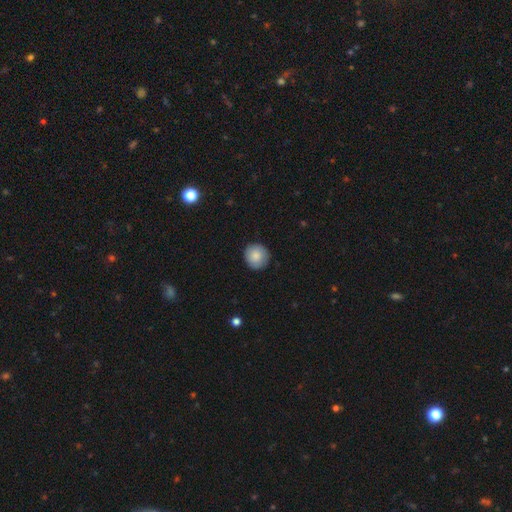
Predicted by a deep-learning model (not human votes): A smooth galaxy with no disk features (85%) that is round (92%). Merging: none (88%).